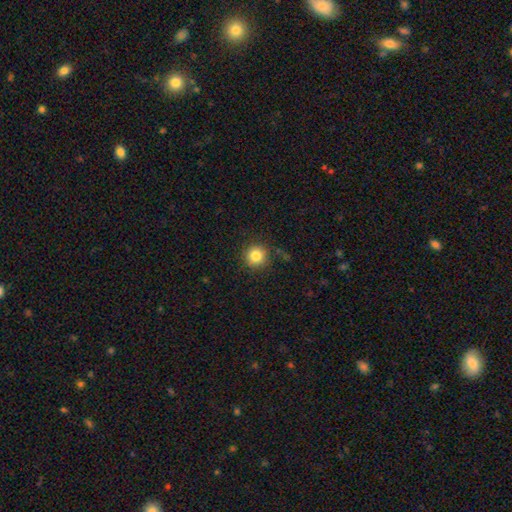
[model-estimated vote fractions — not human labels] Morphology: type=smooth (83%); roundness=round (94%); merging=none (86%).